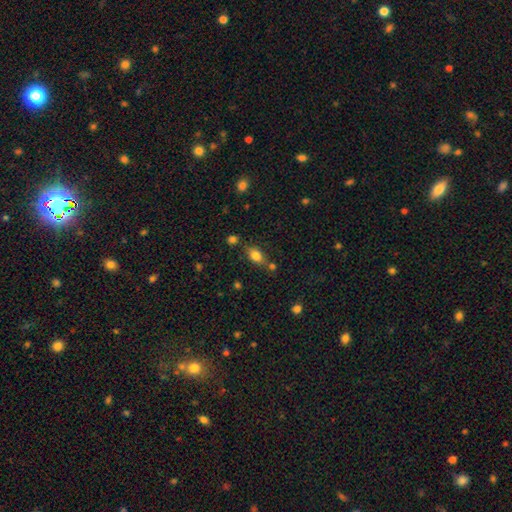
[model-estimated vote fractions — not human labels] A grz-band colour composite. It shows a smooth galaxy with no disk features (81%) that is in between round and cigar-shaped (83%). Merging: none (66%).